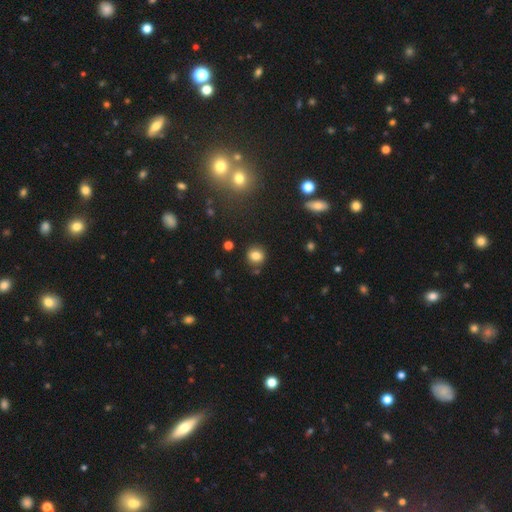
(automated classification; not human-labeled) Smooth or featured? Predicted: smooth (p=0.81). How rounded? Predicted: round (p=0.83). Merging? Predicted: none (p=0.85).